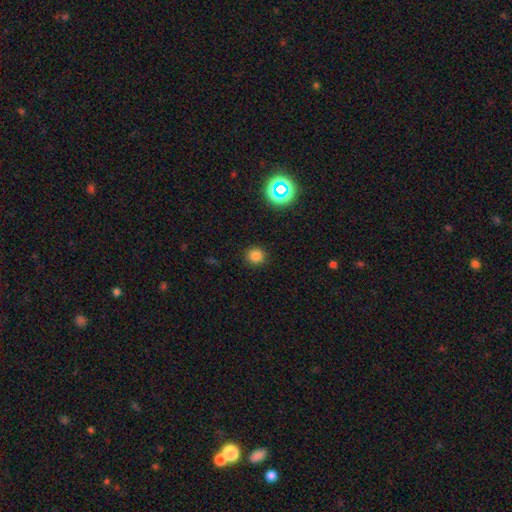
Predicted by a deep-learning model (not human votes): Smooth or featured: smooth — 81% (star or artifact — 15%)
How rounded: round — 91% (in between — 8%)
Merging: none — 90% (minor disturbance — 6%)